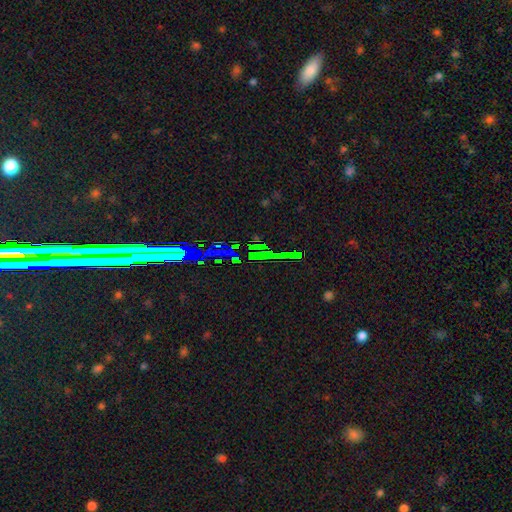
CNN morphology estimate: star or artifact 75%, smooth 13%, featured or disk 12%.